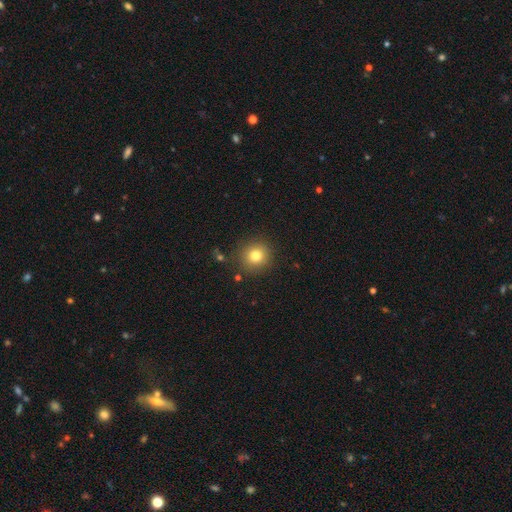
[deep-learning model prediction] Q: Smooth or featured?
A: smooth (80%); runner-up: star or artifact (12%)
Q: How rounded?
A: round (92%); runner-up: in between (7%)
Q: Merging?
A: none (88%); runner-up: minor disturbance (7%)